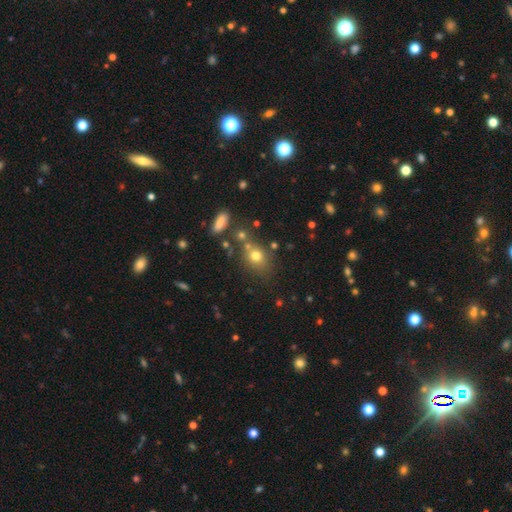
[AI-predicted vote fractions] Q: Smooth or featured?
A: smooth (73%); runner-up: star or artifact (15%)
Q: How rounded?
A: round (55%); runner-up: in between (43%)
Q: Merging?
A: none (62%); runner-up: merger (17%)